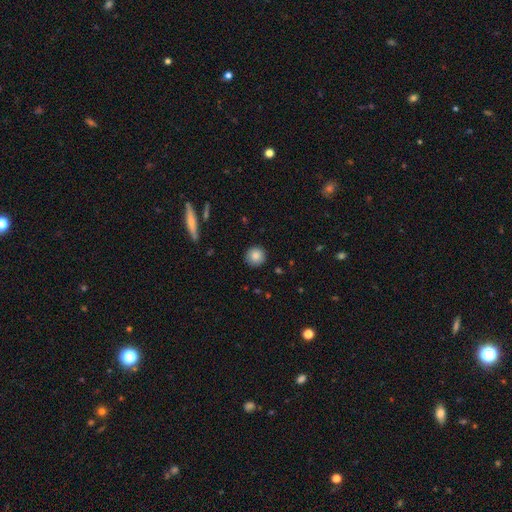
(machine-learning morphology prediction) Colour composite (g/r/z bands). It shows a smooth galaxy with no disk features (86%) that is round (94%). Merging: none (90%).